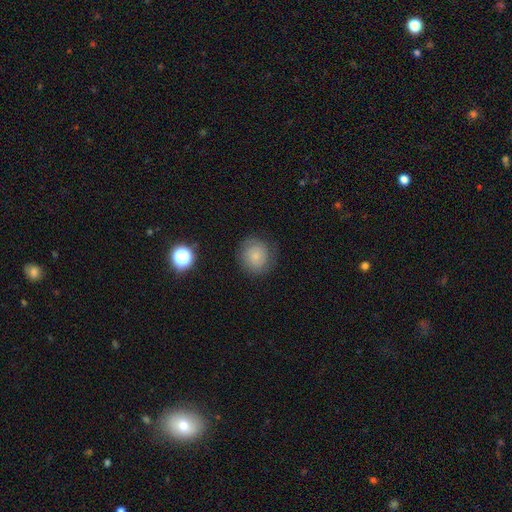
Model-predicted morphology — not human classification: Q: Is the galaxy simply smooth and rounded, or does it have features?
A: smooth — 70%.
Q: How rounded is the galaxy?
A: round — 87%.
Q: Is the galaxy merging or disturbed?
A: none — 81%.